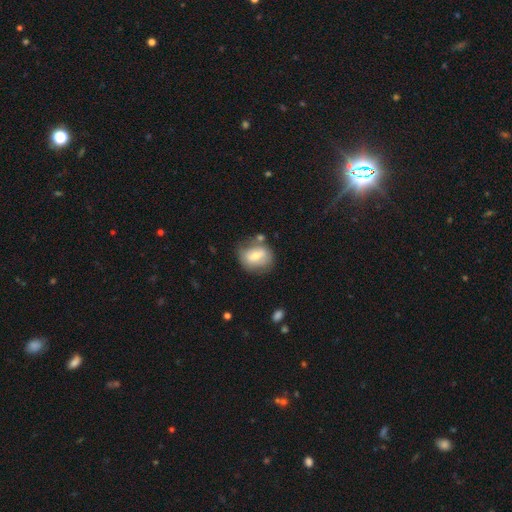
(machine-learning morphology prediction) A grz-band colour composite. It shows a smooth galaxy with no disk features (60%) that is round (51%). Merging: none (62%).